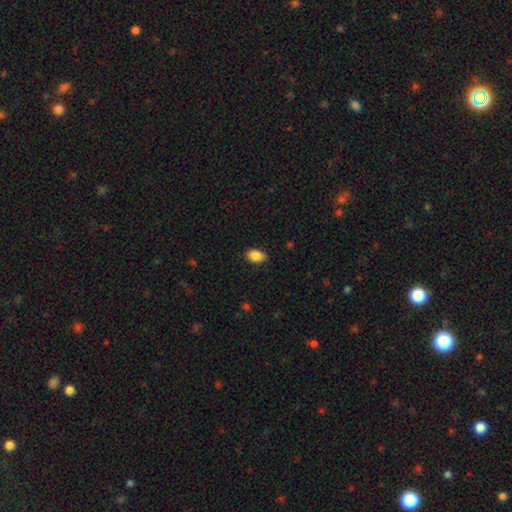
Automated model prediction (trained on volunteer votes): Morphology: type=smooth (88%); roundness=in between (89%); merging=none (88%).